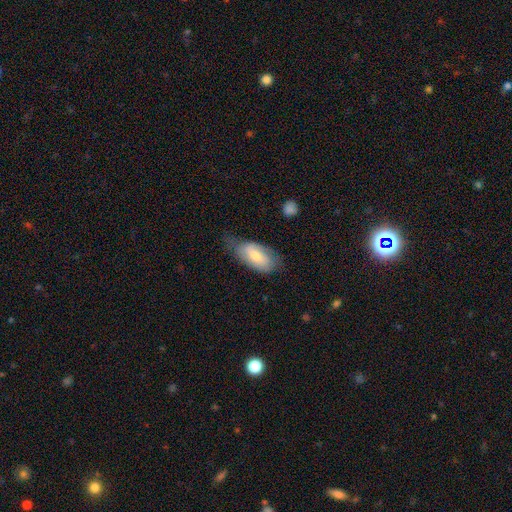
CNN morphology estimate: smooth-or-featured: smooth: 68% | featured or disk: 26% | star or artifact: 6%
  how-rounded: in between: 92% | cigar-shaped: 5% | round: 3%
  merging: none: 43% | minor disturbance: 38% | major disturbance: 16% | merger: 2%